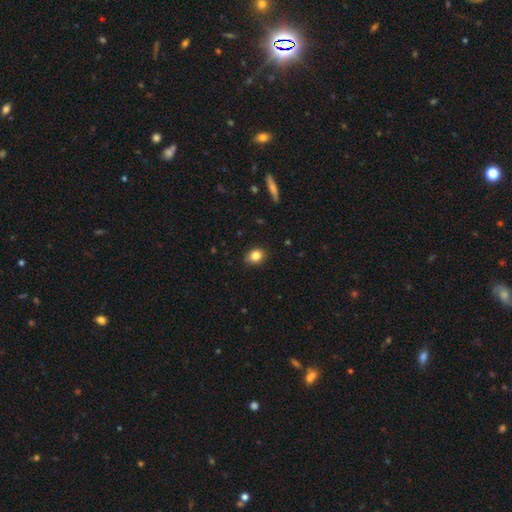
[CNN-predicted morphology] Smooth or featured? smooth (84%)
How rounded? round (56%)
Merging? none (85%)